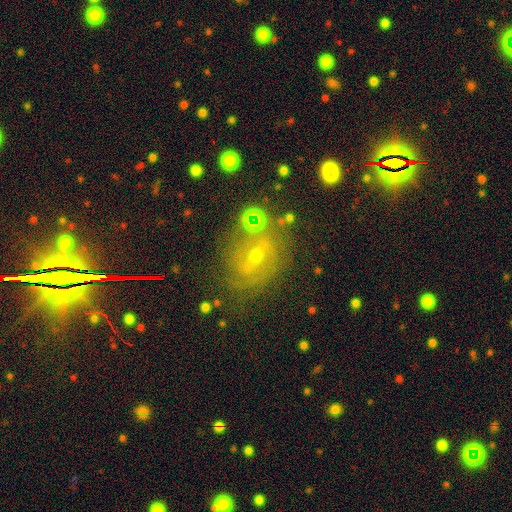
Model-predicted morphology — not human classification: Smooth or featured?
  - featured or disk: 57% *
  - smooth: 23%
  - star or artifact: 20%
Edge-on disk?
  - no: 83% *
  - yes: 17%
Merging?
  - none: 63% *
  - minor disturbance: 19%
  - major disturbance: 12%
  - merger: 6%